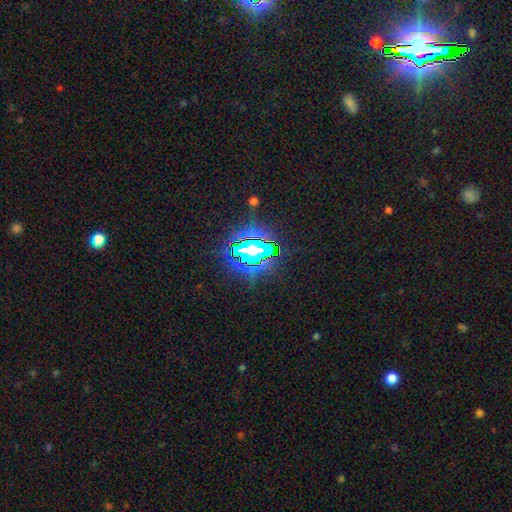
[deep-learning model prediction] Smooth or featured? Predicted: star or artifact (p=0.68).